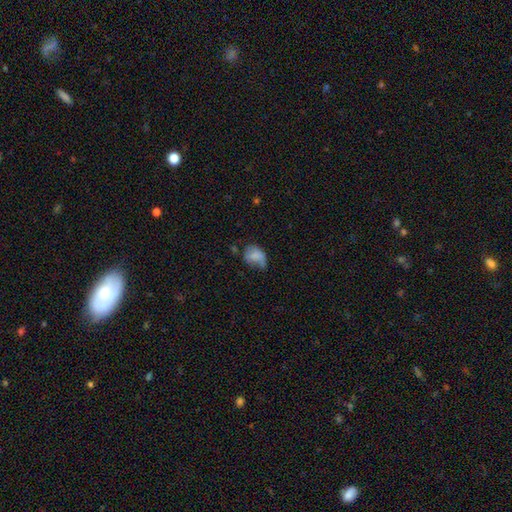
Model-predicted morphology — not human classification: Smooth or featured? smooth (70%)
How rounded? in between (70%)
Merging? minor disturbance (39%)